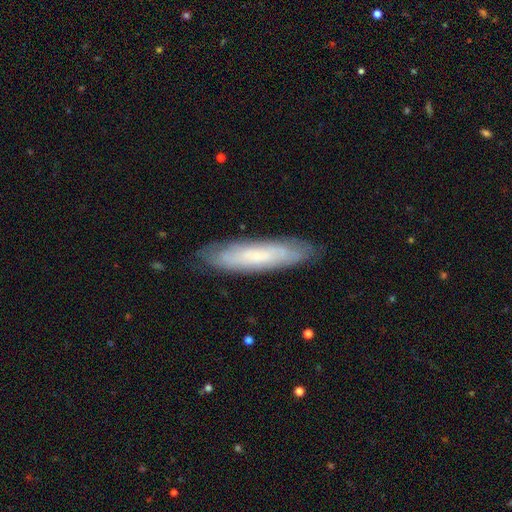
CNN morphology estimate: Smooth or featured: featured or disk — 48% (smooth — 44%)
Merging: none — 83% (minor disturbance — 13%)